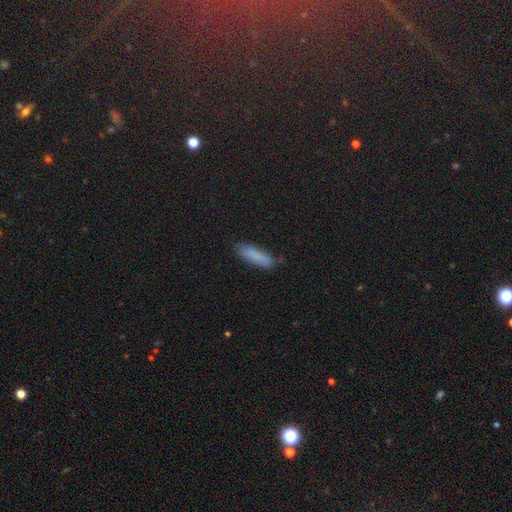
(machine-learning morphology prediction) smooth-or-featured: smooth: 85% | star or artifact: 8% | featured or disk: 7%
  how-rounded: cigar-shaped: 63% | in between: 36% | round: 2%
  merging: none: 81% | minor disturbance: 14% | major disturbance: 3% | merger: 2%